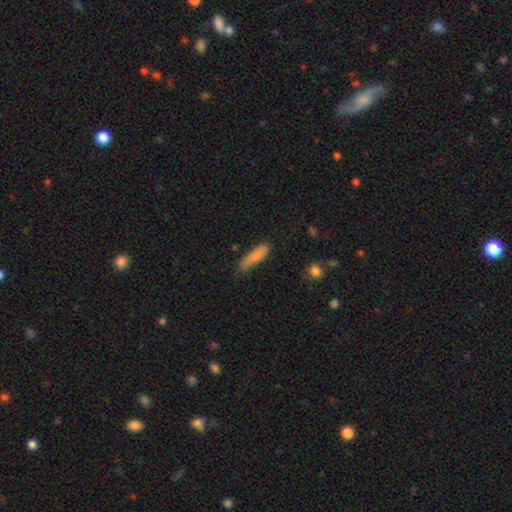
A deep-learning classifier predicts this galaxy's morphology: smooth_or_featured: smooth (p=0.83) [alt: featured or disk p=0.10]
how_rounded: cigar-shaped (p=0.71) [alt: in between p=0.27]
merging: none (p=0.61) [alt: minor disturbance p=0.30]